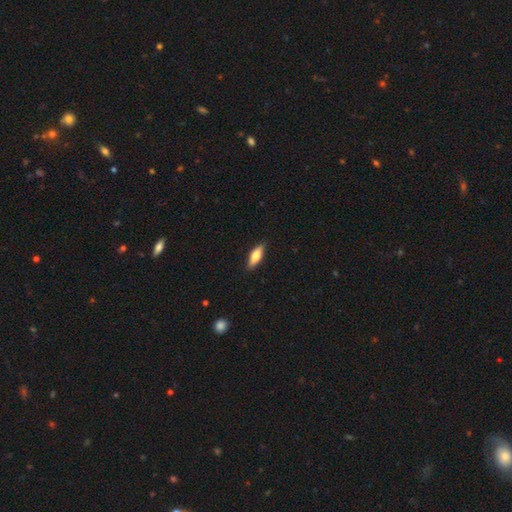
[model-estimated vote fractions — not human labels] A smooth galaxy with no disk features (64%) that is in between round and cigar-shaped (54%).

Vote fractions:
- Smooth or featured? smooth: 64% / featured or disk: 30% / star or artifact: 6%
- How rounded? in between: 54% / cigar-shaped: 43% / round: 3%
- Merging? none: 88% / minor disturbance: 9% / major disturbance: 2% / merger: 1%